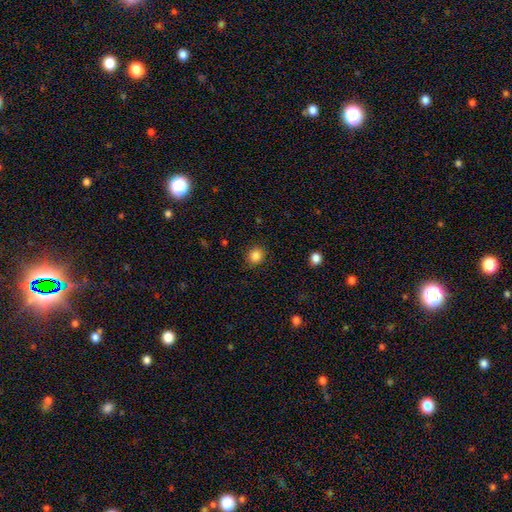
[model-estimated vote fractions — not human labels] smooth-or-featured: smooth: 85% | star or artifact: 11% | featured or disk: 4%
  how-rounded: round: 78% | in between: 21% | cigar-shaped: 1%
  merging: none: 88% | minor disturbance: 8% | major disturbance: 3% | merger: 1%